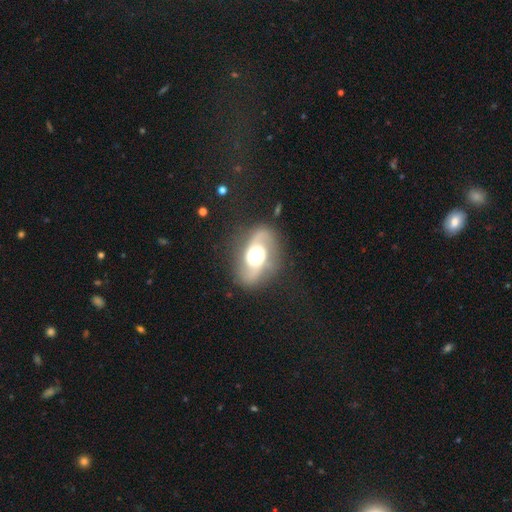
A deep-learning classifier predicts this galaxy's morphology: Smooth or featured?
  - featured or disk: 81% *
  - smooth: 13%
  - star or artifact: 6%
Edge-on disk?
  - no: 96% *
  - yes: 4%
Bar?
  - no: 60% *
  - weak: 28%
  - strong: 12%
Spiral arms?
  - yes: 92% *
  - no: 8%
Spiral winding?
  - medium: 48% *
  - loose: 36%
  - tight: 16%
Spiral arm count?
  - 2: 92% *
  - can't tell: 3%
  - 1: 2%
  - 3: 1%
  - 4: 1%
  - more than 4: 1%
Bulge size?
  - large: 48% *
  - moderate: 35%
  - dominant: 13%
  - small: 3%
  - none: 1%
Merging?
  - none: 78% *
  - minor disturbance: 14%
  - major disturbance: 7%
  - merger: 2%